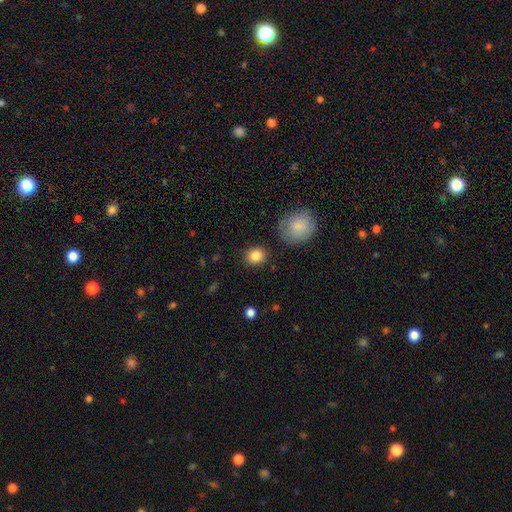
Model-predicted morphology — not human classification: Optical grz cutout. It shows a smooth galaxy with no disk features (85%) that is round (77%). Merging: none (87%).